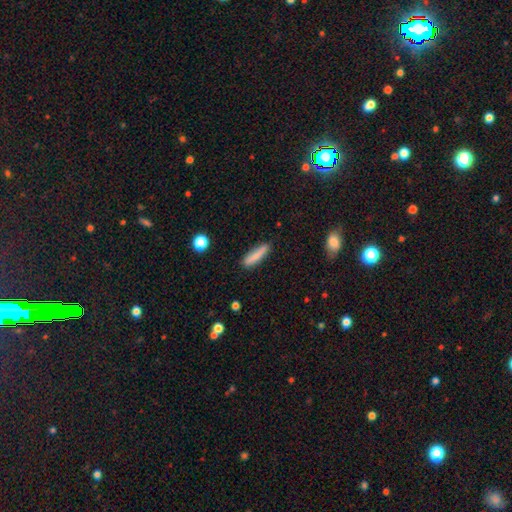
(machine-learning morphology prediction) A smooth galaxy with no disk features (81%) that is cigar-shaped (80%).

Vote fractions:
- Smooth or featured? smooth: 81% / featured or disk: 12% / star or artifact: 7%
- How rounded? cigar-shaped: 80% / in between: 18% / round: 2%
- Merging? none: 82% / minor disturbance: 13% / major disturbance: 3% / merger: 2%